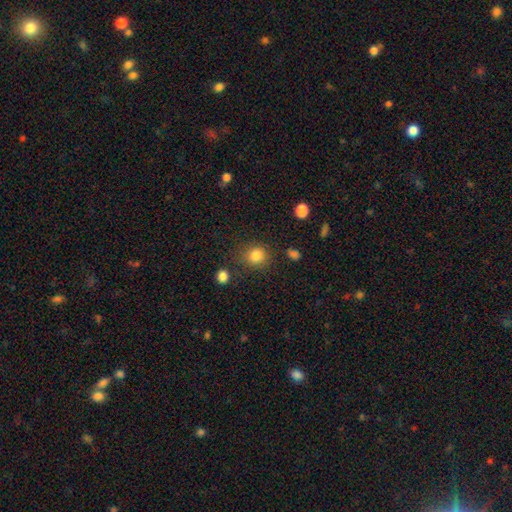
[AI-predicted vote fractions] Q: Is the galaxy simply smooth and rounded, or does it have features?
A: smooth — 84%.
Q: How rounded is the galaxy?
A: round — 82%.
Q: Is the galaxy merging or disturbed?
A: none — 79%.